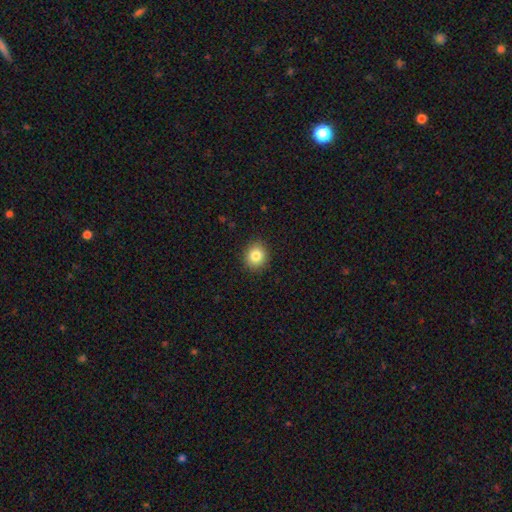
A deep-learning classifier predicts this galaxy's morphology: Smooth or featured: smooth — 84% (star or artifact — 10%)
How rounded: round — 84% (in between — 15%)
Merging: none — 90% (minor disturbance — 7%)